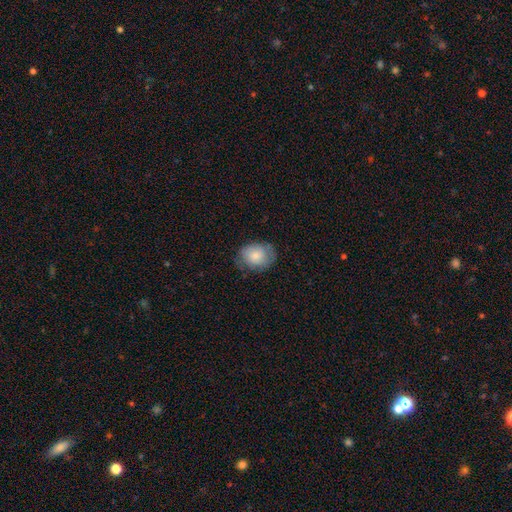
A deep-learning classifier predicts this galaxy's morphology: Smooth or featured: smooth — 76% (featured or disk — 17%)
How rounded: in between — 54% (round — 45%)
Merging: none — 67% (minor disturbance — 25%)